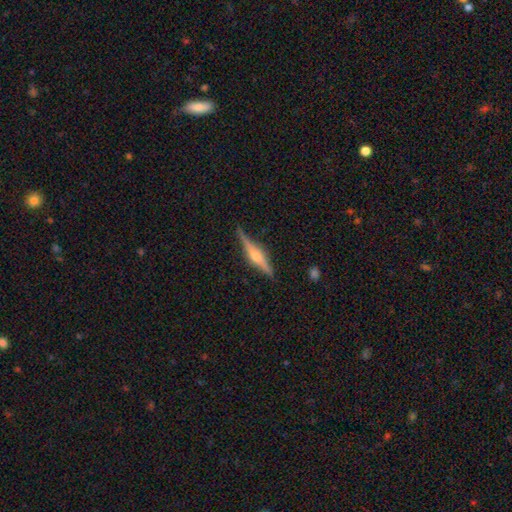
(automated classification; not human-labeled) The model was most divided on "smooth or featured": featured or disk: 78%, smooth: 16%, star or artifact: 6%. More confident: edge-on disk — yes (98%); edge-on bulge — rounded (90%); merging — none (87%).